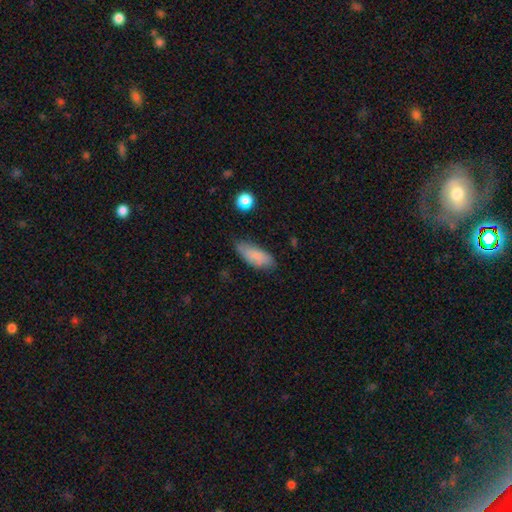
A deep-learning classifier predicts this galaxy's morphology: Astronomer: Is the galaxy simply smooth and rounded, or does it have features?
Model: smooth — 85%.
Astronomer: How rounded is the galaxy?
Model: in between — 79%.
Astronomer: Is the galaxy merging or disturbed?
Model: none — 74%.